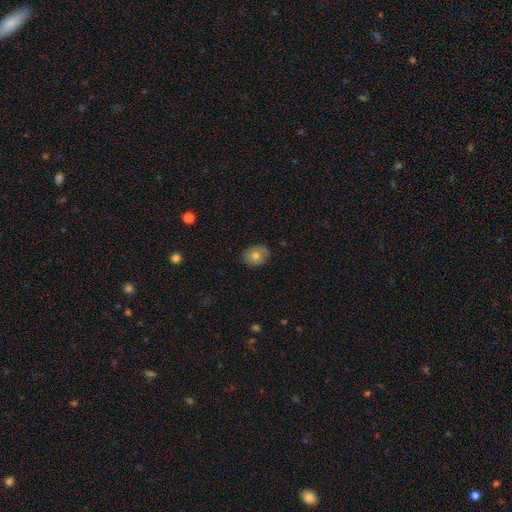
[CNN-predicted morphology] A smooth galaxy with no disk features (72%) that is round (56%). Merging: none (84%).